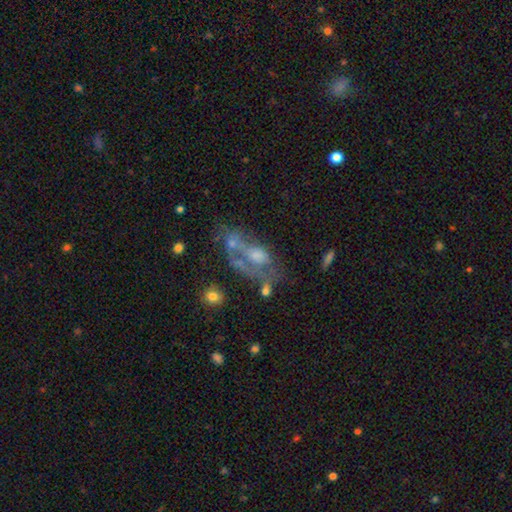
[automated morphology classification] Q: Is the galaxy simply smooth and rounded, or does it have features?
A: featured or disk — 54%.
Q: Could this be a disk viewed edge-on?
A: no — 94%.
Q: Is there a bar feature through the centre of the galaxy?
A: no — 81%.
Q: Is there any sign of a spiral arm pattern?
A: no — 73%.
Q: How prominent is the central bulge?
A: moderate — 37%.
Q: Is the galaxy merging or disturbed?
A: major disturbance — 35%.